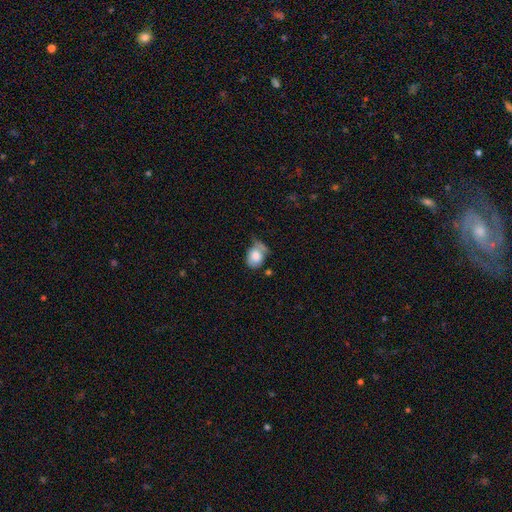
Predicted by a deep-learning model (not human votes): Overall: smooth (73%). How rounded: in between (58%; round 41%). Merging: none (35%; minor disturbance 33%).